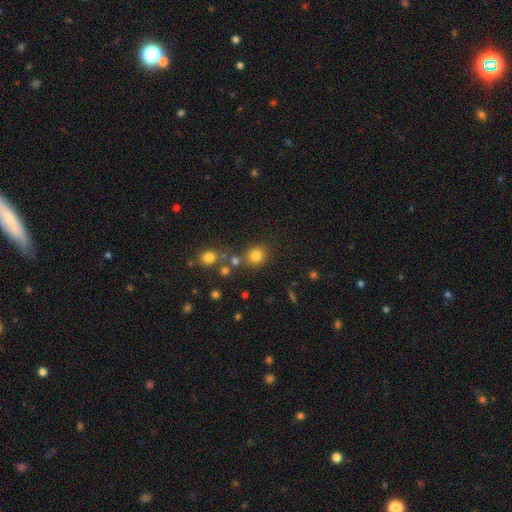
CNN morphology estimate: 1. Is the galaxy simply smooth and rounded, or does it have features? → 79% smooth, 14% star or artifact, 7% featured or disk.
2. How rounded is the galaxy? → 83% round, 16% in between, 1% cigar-shaped.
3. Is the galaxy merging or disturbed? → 75% none, 12% merger, 9% minor disturbance, 4% major disturbance.